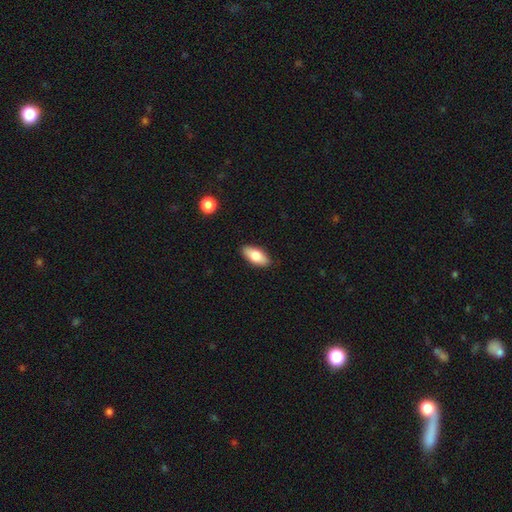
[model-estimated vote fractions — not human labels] Morphology: type=smooth (79%); roundness=in between (86%); merging=none (89%).